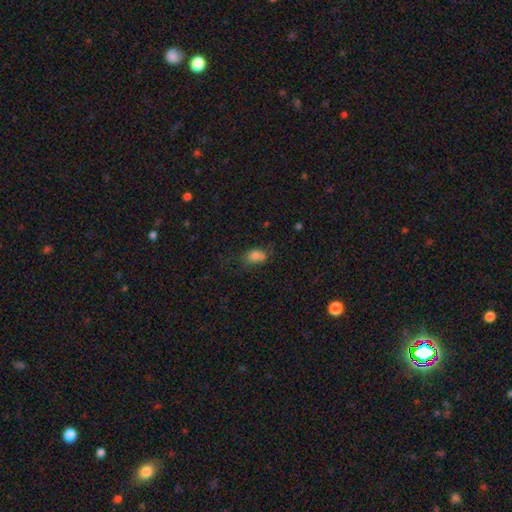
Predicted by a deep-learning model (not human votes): Morphology: type=smooth (80%); roundness=in between (79%); merging=none (55%).